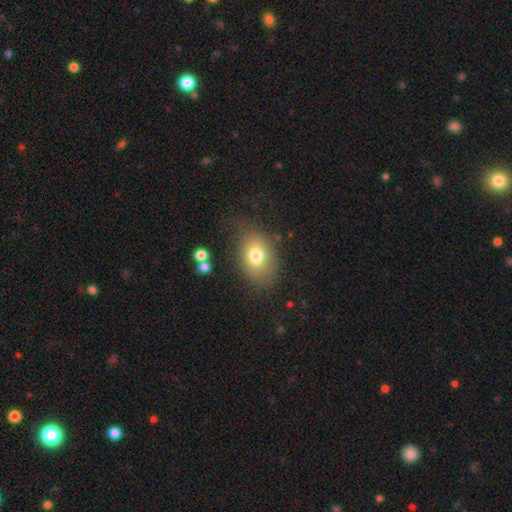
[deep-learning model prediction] smooth 75%, featured or disk 15%, star or artifact 10%. Down the decision tree: how rounded — in between (76%); merging — none (68%).